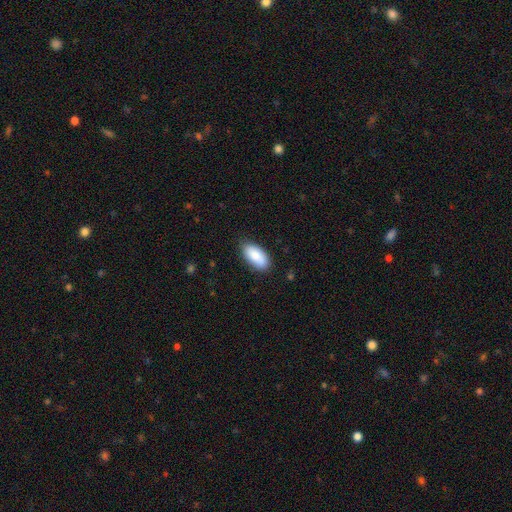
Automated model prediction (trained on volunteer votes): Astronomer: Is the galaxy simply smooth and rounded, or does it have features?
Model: smooth — 85%.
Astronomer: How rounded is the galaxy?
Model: in between — 92%.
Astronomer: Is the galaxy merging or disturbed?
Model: none — 80%.